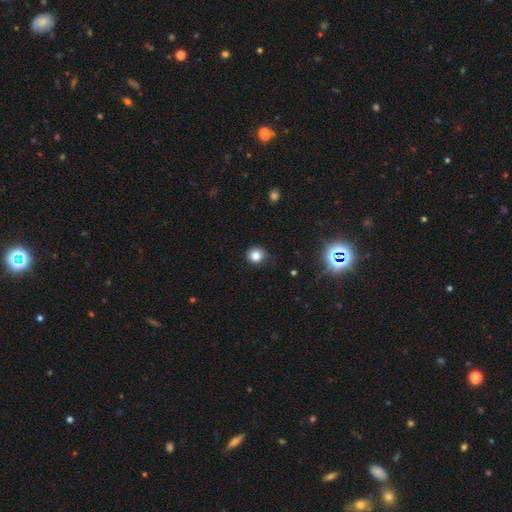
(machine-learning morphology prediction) Smooth or featured? Predicted: smooth (p=0.81). How rounded? Predicted: round (p=0.86). Merging? Predicted: none (p=0.79).